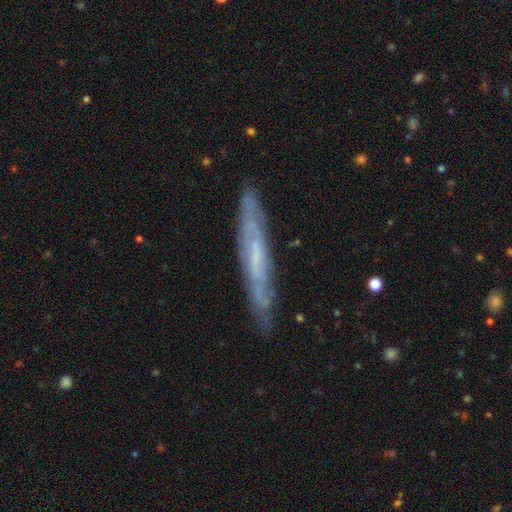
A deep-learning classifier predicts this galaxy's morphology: featured or disk 66%, smooth 27%, star or artifact 7%. Down the decision tree: edge-on disk — yes (71%); merging — none (83%).